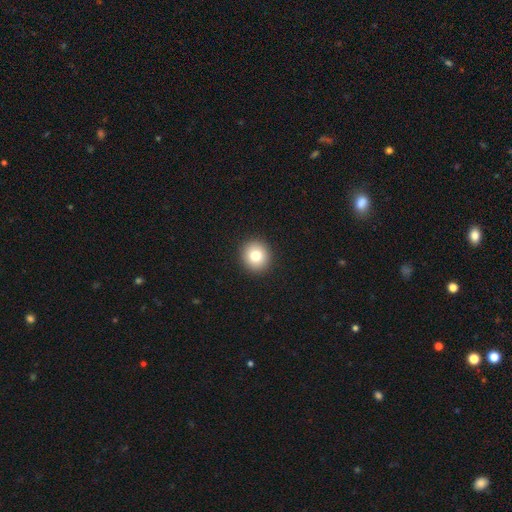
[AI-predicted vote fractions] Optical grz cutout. It shows a smooth galaxy with no disk features (79%) that is round (91%). Merging: none (93%).